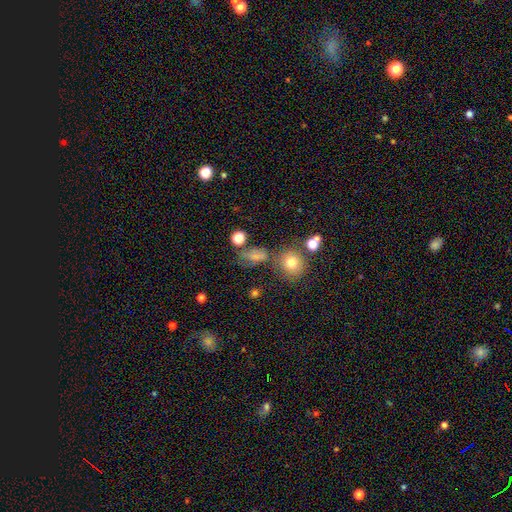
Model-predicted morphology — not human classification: A smooth galaxy with no disk features (67%) that is in between round and cigar-shaped (67%).

Vote fractions:
- Smooth or featured? smooth: 67% / star or artifact: 20% / featured or disk: 12%
- How rounded? in between: 67% / round: 29% / cigar-shaped: 4%
- Merging? none: 49% / minor disturbance: 22% / major disturbance: 16% / merger: 13%